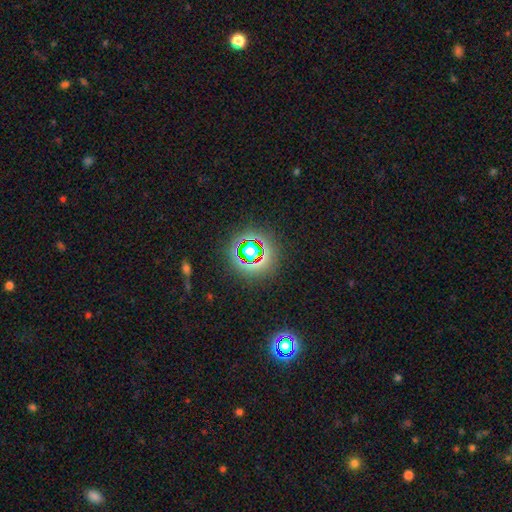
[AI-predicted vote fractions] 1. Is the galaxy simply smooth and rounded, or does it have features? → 65% star or artifact, 23% smooth, 11% featured or disk.